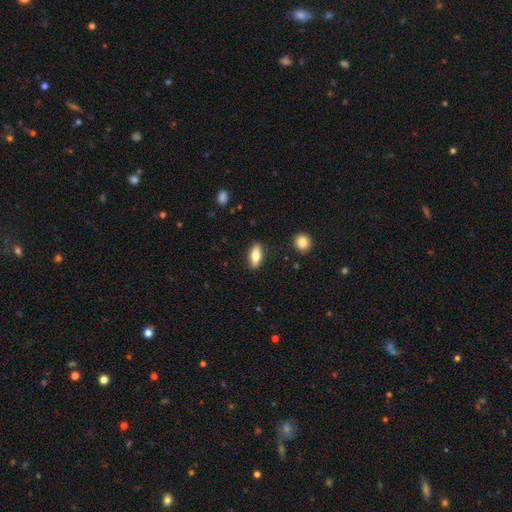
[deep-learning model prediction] smooth_or_featured: smooth (p=0.71) [alt: featured or disk p=0.22]
how_rounded: in between (p=0.73) [alt: cigar-shaped p=0.24]
merging: none (p=0.87) [alt: minor disturbance p=0.09]